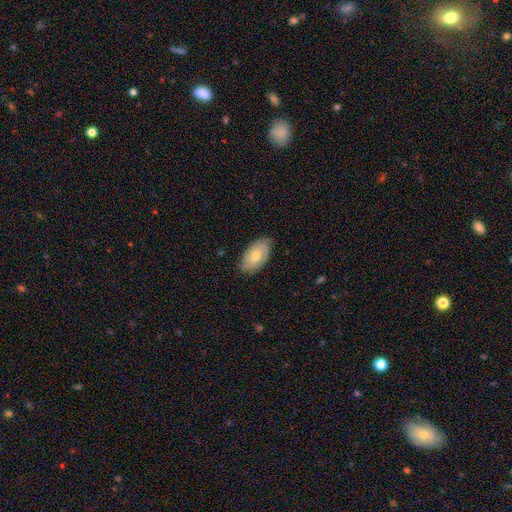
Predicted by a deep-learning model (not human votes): This appears to be a smooth galaxy with no disk features (56%) that is in between round and cigar-shaped (93%). Merging: none (81%).